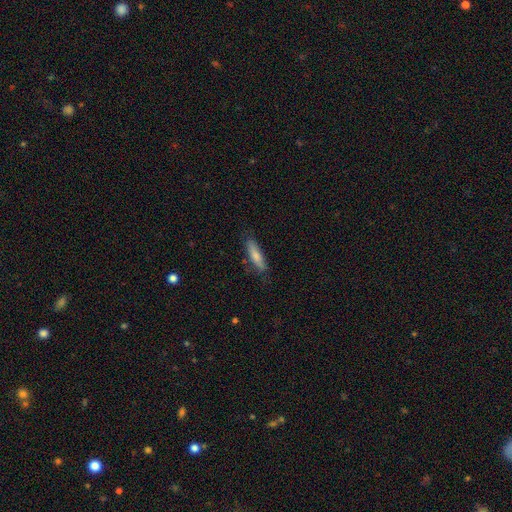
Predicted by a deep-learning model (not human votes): Q: Smooth or featured?
A: smooth (76%); runner-up: featured or disk (17%)
Q: How rounded?
A: cigar-shaped (69%); runner-up: in between (29%)
Q: Merging?
A: none (78%); runner-up: minor disturbance (17%)